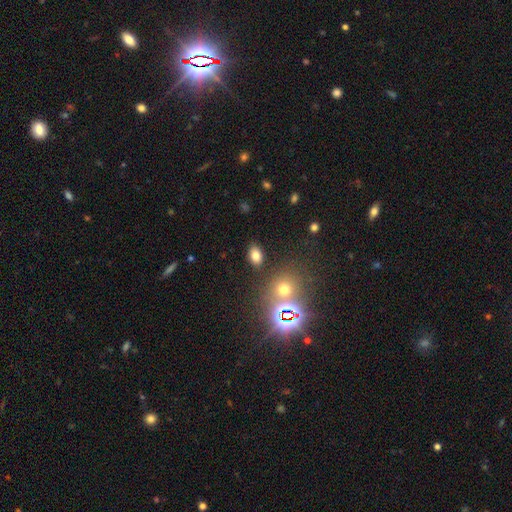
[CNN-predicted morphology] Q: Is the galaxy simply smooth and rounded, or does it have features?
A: smooth — 75%.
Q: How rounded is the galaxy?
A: in between — 78%.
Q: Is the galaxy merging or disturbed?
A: none — 84%.